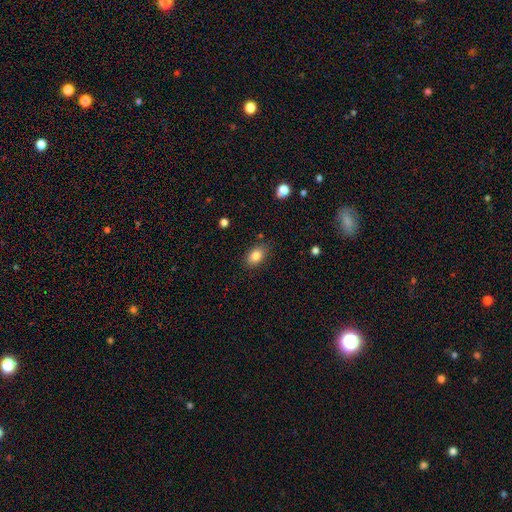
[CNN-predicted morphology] Smooth or featured? Predicted: smooth (p=0.85). How rounded? Predicted: in between (p=0.85). Merging? Predicted: none (p=0.82).